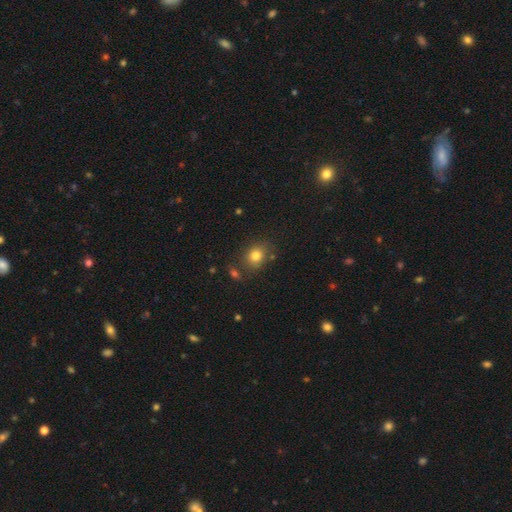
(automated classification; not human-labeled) Overall: smooth (80%). How rounded: round (60%; in between 39%). Merging: none (75%).